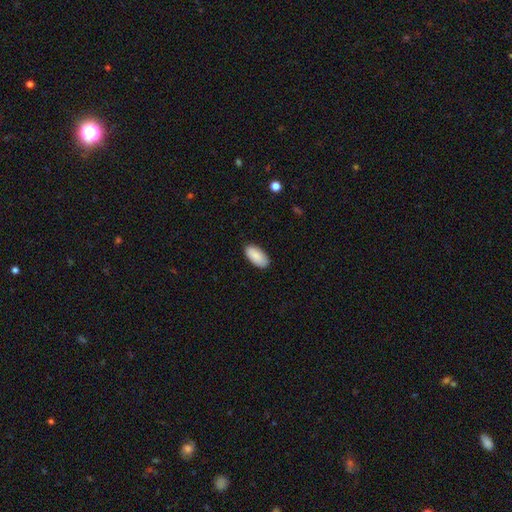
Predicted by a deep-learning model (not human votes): Smooth or featured? Predicted: smooth (p=0.90). How rounded? Predicted: in between (p=0.95). Merging? Predicted: none (p=0.87).